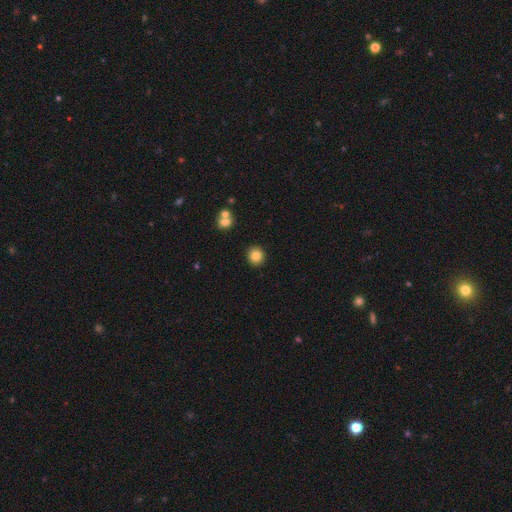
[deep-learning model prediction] Smooth or featured?
  - smooth: 82% *
  - star or artifact: 11%
  - featured or disk: 7%
How rounded?
  - round: 91% *
  - in between: 8%
  - cigar-shaped: 1%
Merging?
  - none: 91% *
  - minor disturbance: 5%
  - merger: 2%
  - major disturbance: 2%